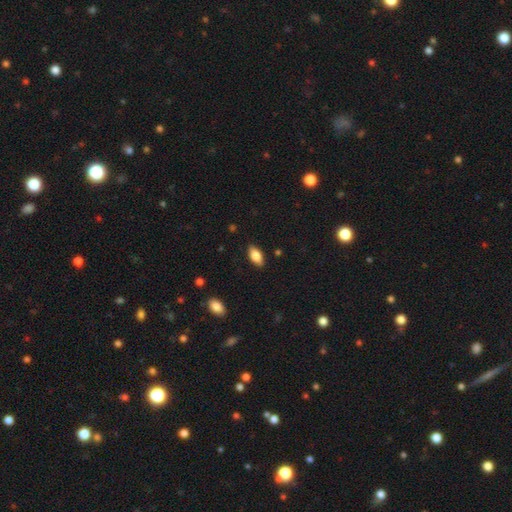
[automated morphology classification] This is likely a smooth galaxy (78%). How rounded: clearly in between (89%). Merging: clearly none (87%).